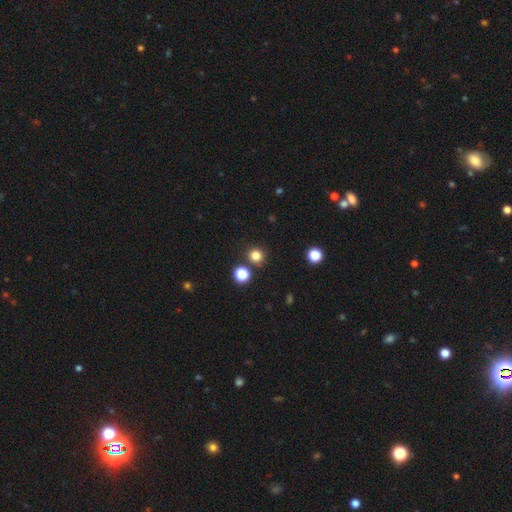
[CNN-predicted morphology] A smooth galaxy with no disk features (81%) that is round (92%). Merging: none (85%).